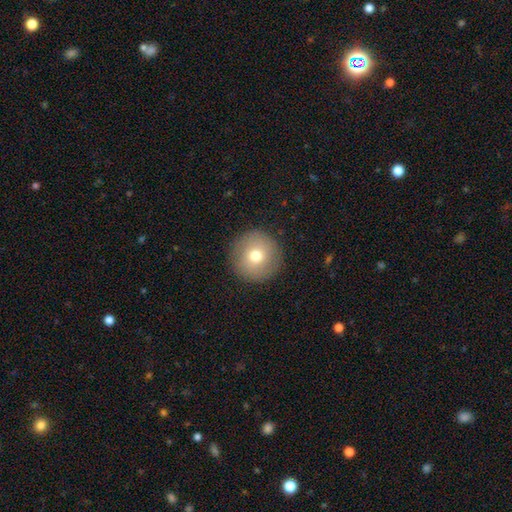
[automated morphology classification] A smooth galaxy with no disk features (72%) that is round (96%). Merging: none (90%).